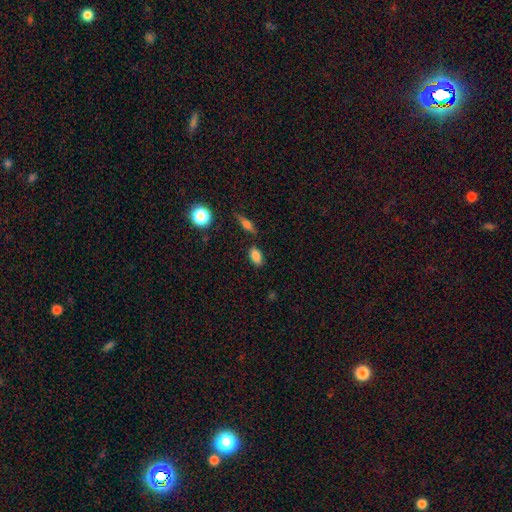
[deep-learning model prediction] A smooth galaxy with no disk features (83%) that is in between round and cigar-shaped (87%). Merging: none (81%).